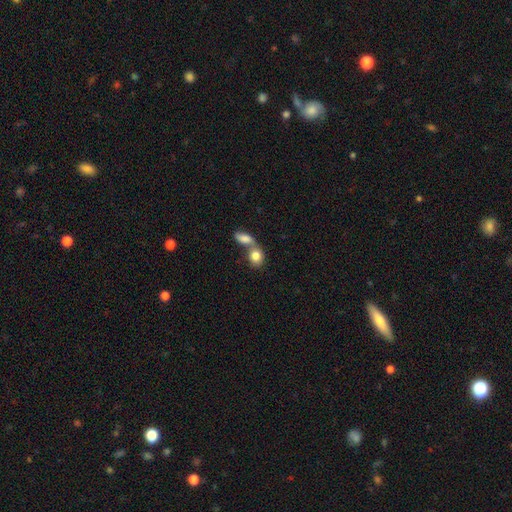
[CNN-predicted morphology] smooth-or-featured: smooth: 81% | featured or disk: 11% | star or artifact: 7%
  how-rounded: in between: 51% | round: 46% | cigar-shaped: 2%
  merging: merger: 61% | none: 28% | minor disturbance: 7% | major disturbance: 4%